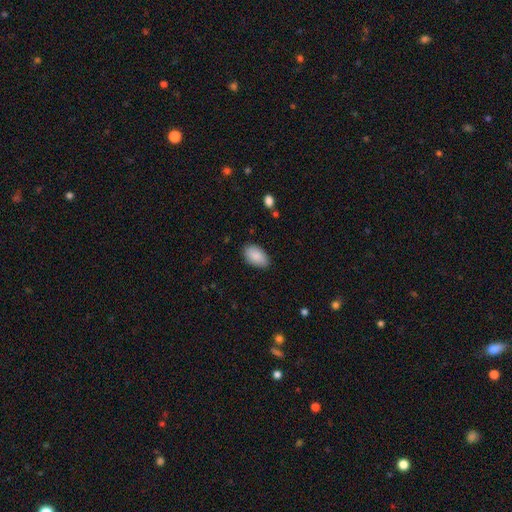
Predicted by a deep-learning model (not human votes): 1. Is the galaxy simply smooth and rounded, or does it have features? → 89% smooth, 6% star or artifact, 5% featured or disk.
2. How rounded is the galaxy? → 95% in between, 4% round, 2% cigar-shaped.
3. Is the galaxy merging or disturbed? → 84% none, 12% minor disturbance, 2% major disturbance, 1% merger.